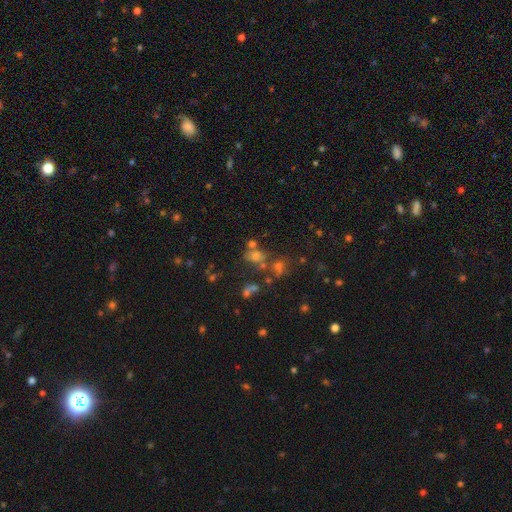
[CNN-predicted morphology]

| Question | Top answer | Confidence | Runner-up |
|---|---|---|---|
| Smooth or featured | smooth | 50% | star or artifact (35%) |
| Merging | none | 50% | merger (31%) |